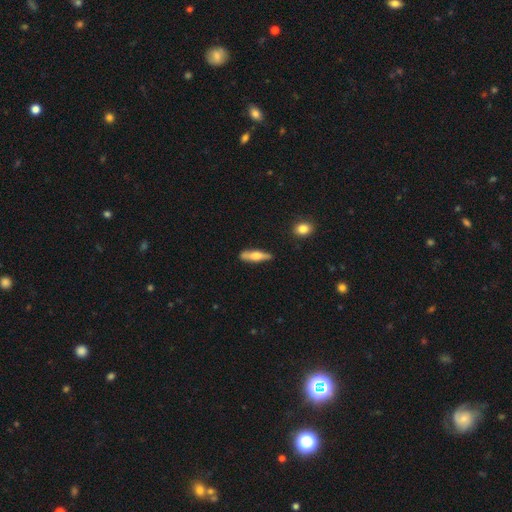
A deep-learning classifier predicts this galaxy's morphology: A smooth galaxy with no disk features (58%) that is cigar-shaped (70%).

Vote fractions:
- Smooth or featured? smooth: 58% / featured or disk: 36% / star or artifact: 6%
- How rounded? cigar-shaped: 70% / in between: 28% / round: 2%
- Merging? none: 78% / minor disturbance: 16% / major disturbance: 3% / merger: 3%